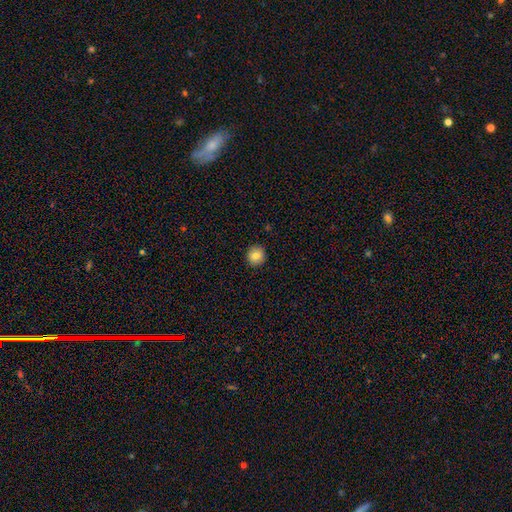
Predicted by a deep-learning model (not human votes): A smooth galaxy with no disk features (84%) that is round (93%). Merging: none (93%).